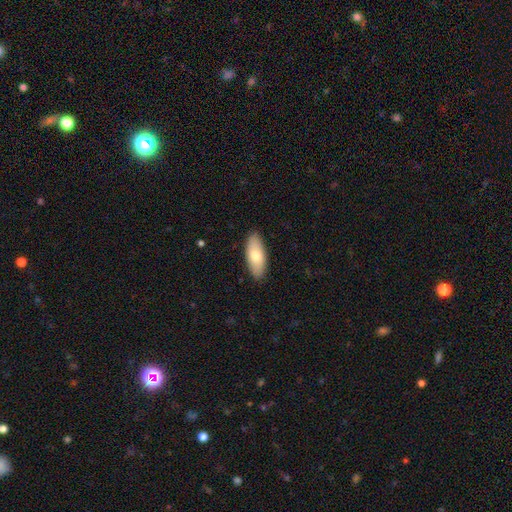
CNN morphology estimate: A smooth galaxy with no disk features (76%) that is in between round and cigar-shaped (82%). Merging: none (88%).